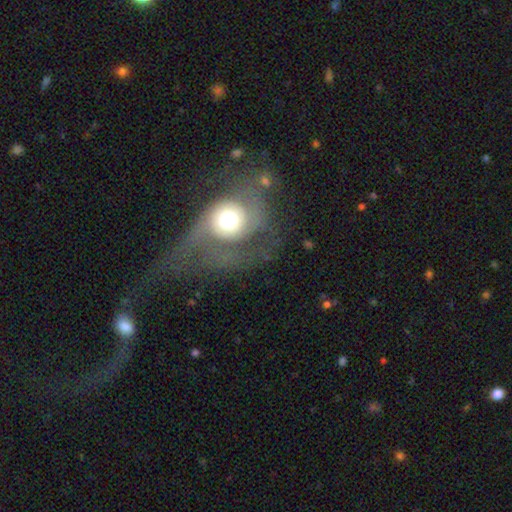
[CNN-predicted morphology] type=featured or disk (63%); edge-on=no (95%); bar=no (77%); spiral arms=yes (67%); bulge=moderate (56%); merging=major disturbance (45%).